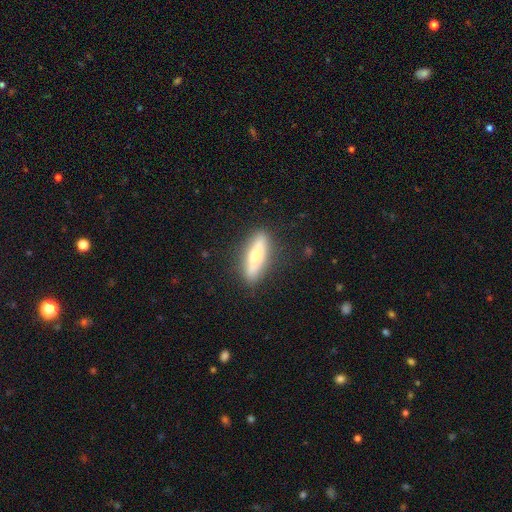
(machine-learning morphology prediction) Smooth or featured: featured or disk — 47% (smooth — 46%)
Merging: none — 87% (minor disturbance — 9%)